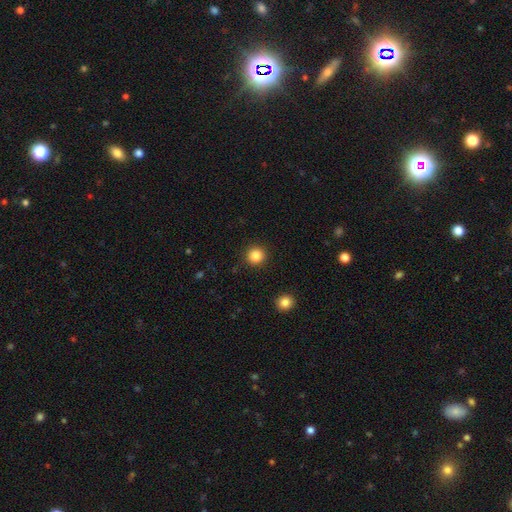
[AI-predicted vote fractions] Smooth or featured: smooth — 85% (star or artifact — 11%)
How rounded: round — 94% (in between — 5%)
Merging: none — 91% (minor disturbance — 5%)